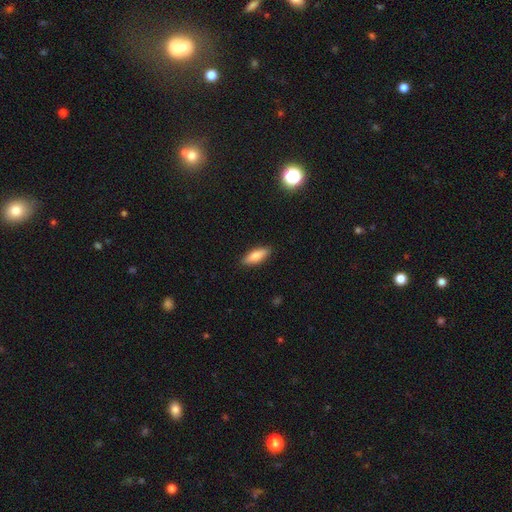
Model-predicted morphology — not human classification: The model was most divided on "how rounded": in between: 62%, cigar-shaped: 36%, round: 2%. More confident: merging — none (89%); smooth or featured — smooth (78%).